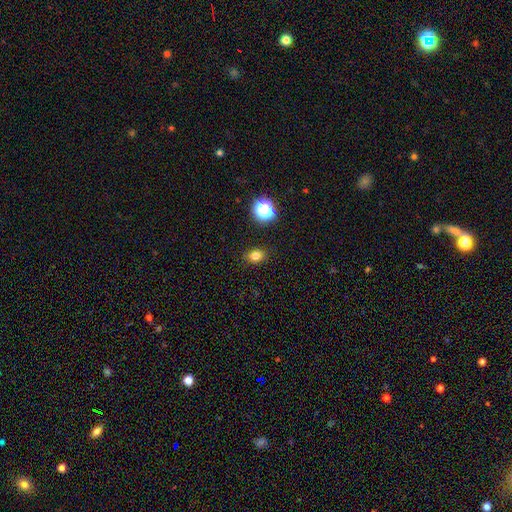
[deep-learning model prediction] smooth_or_featured: smooth (p=0.79) [alt: star or artifact p=0.15]
how_rounded: in between (p=0.55) [alt: round p=0.44]
merging: none (p=0.88) [alt: minor disturbance p=0.09]